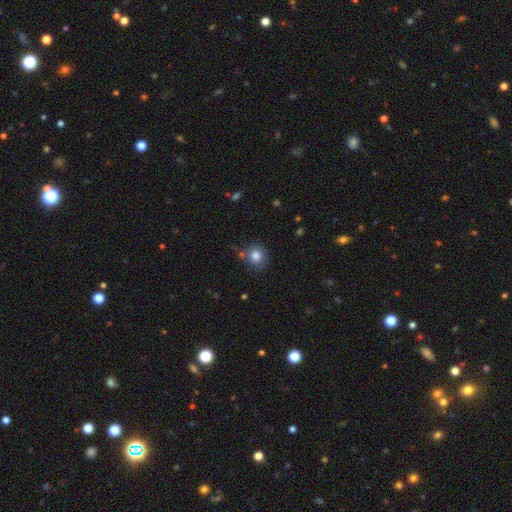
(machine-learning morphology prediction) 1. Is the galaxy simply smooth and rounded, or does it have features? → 82% smooth, 10% star or artifact, 8% featured or disk.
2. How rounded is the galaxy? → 84% round, 15% in between, 1% cigar-shaped.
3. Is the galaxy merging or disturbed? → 74% none, 16% minor disturbance, 6% merger, 4% major disturbance.